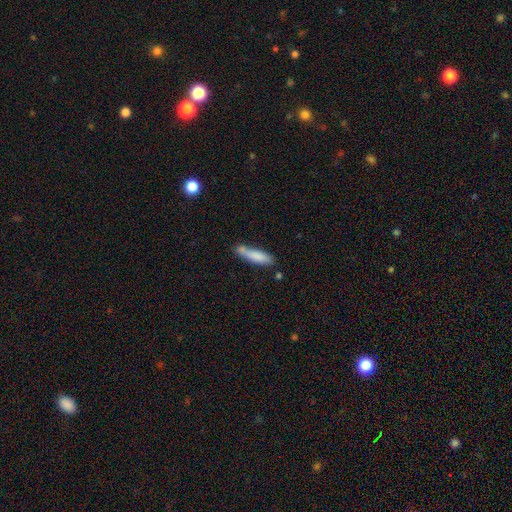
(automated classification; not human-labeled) The model was most divided on "merging": none: 61%, minor disturbance: 23%, merger: 11%, major disturbance: 5%. More confident: smooth or featured — smooth (79%); how rounded — cigar-shaped (79%).